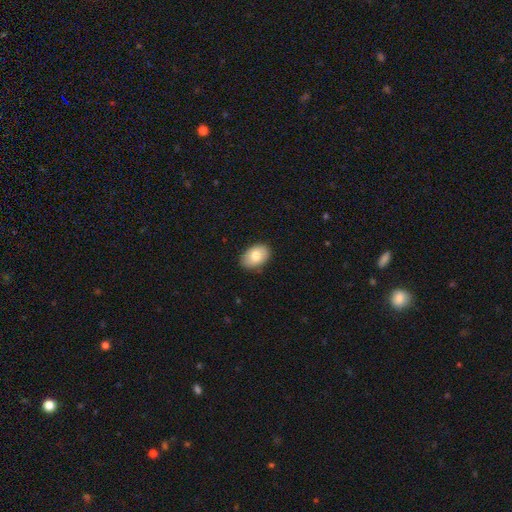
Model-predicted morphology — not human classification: A smooth galaxy with no disk features (79%) that is in between round and cigar-shaped (89%). Merging: none (87%).